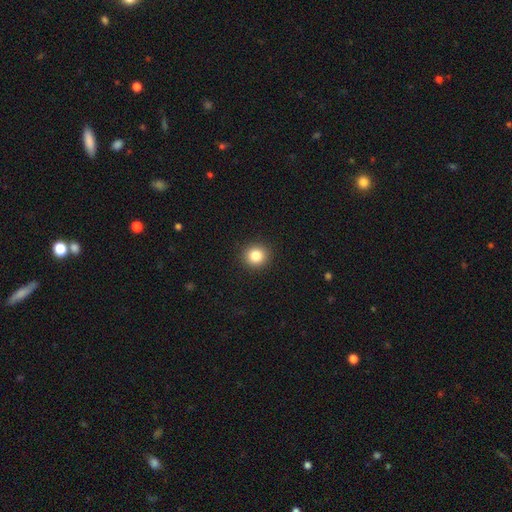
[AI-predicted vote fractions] A smooth galaxy with no disk features (84%) that is round (90%). Merging: none (92%).